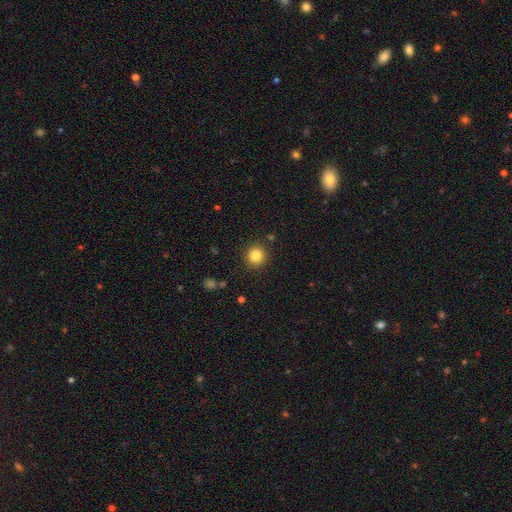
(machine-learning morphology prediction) type=smooth (83%); roundness=round (90%); merging=none (90%).